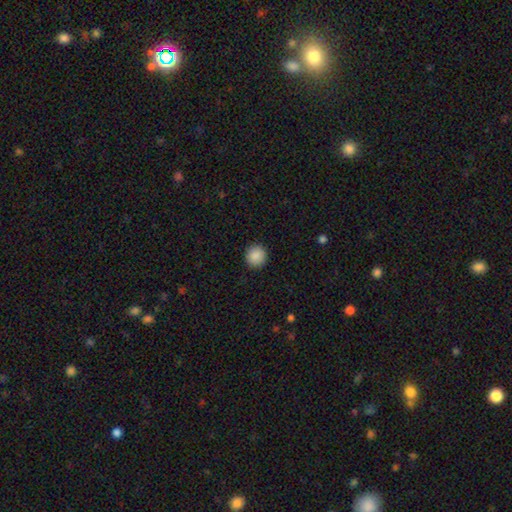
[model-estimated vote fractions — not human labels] A smooth galaxy with no disk features (89%) that is round (93%).

Vote fractions:
- Smooth or featured? smooth: 89% / star or artifact: 8% / featured or disk: 3%
- How rounded? round: 93% / in between: 6% / cigar-shaped: 1%
- Merging? none: 92% / minor disturbance: 5% / major disturbance: 2% / merger: 1%